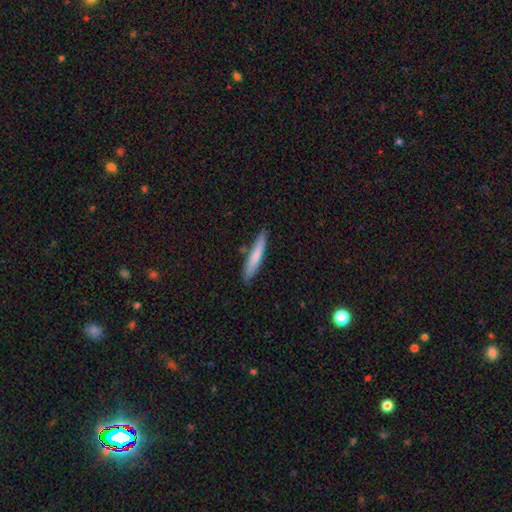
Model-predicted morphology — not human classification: Smooth or featured? Predicted: smooth (p=0.70). How rounded? Predicted: cigar-shaped (p=0.93). Merging? Predicted: none (p=0.82).